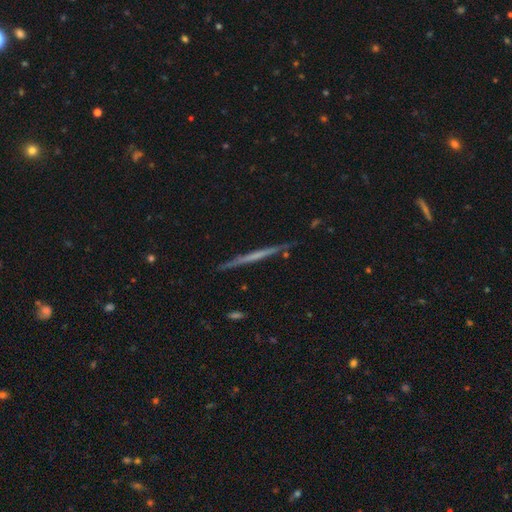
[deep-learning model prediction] smooth_or_featured: featured or disk (p=0.58) [alt: smooth p=0.36]
disk_edge_on: yes (p=0.97) [alt: no p=0.03]
edge_on_bulge: none (p=0.87) [alt: rounded p=0.08]
merging: none (p=0.87) [alt: minor disturbance p=0.09]